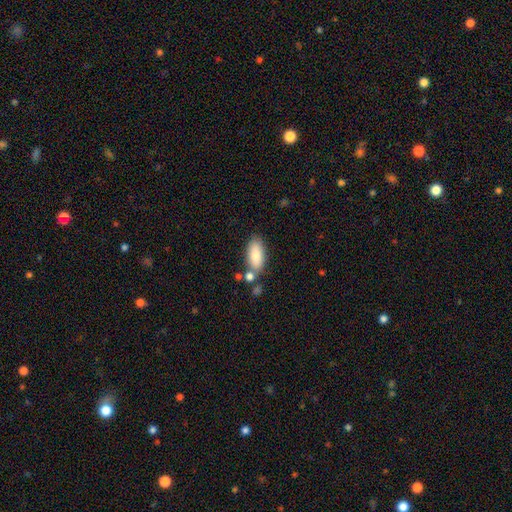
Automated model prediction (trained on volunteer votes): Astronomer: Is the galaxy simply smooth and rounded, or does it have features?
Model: smooth — 83%.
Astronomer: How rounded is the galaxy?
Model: in between — 89%.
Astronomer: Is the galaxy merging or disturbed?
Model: none — 68%.